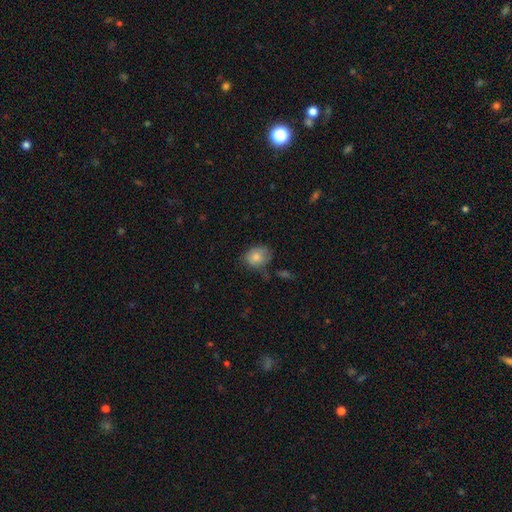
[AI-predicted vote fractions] This is likely a smooth galaxy (78%). How rounded: possibly in between (55%). Merging: likely none (65%).